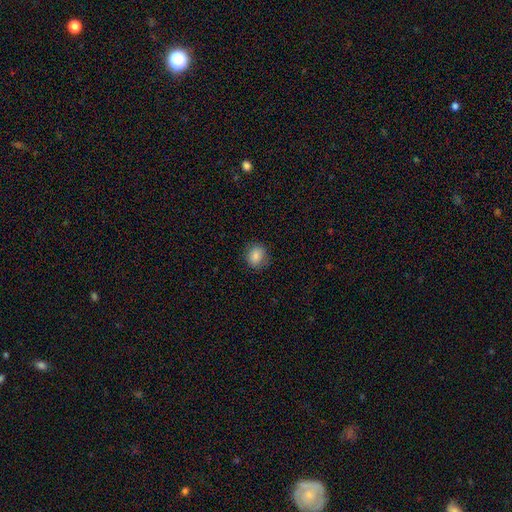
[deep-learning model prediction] smooth_or_featured: smooth (p=0.84) [alt: star or artifact p=0.09]
how_rounded: round (p=0.65) [alt: in between p=0.34]
merging: none (p=0.83) [alt: minor disturbance p=0.12]